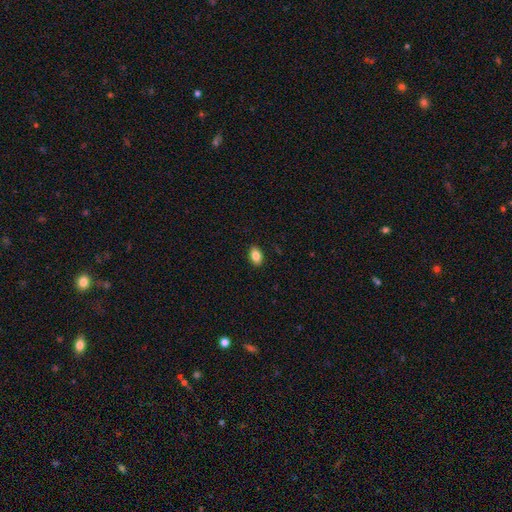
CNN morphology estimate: This is clearly a smooth galaxy (86%). How rounded: clearly in between (89%). Merging: clearly none (90%).